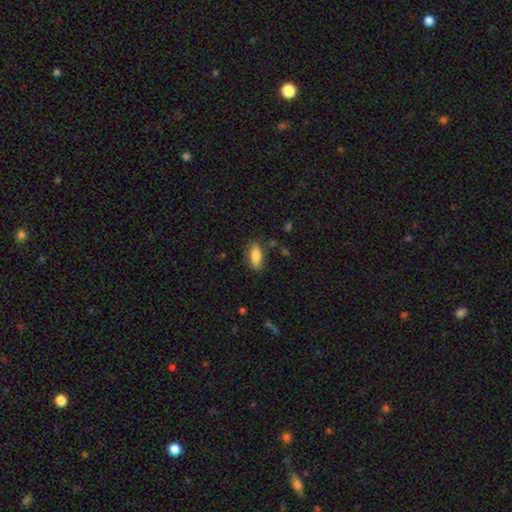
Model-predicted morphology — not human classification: smooth 81%, featured or disk 11%, star or artifact 7%. Down the decision tree: how rounded — in between (82%); merging — none (81%).